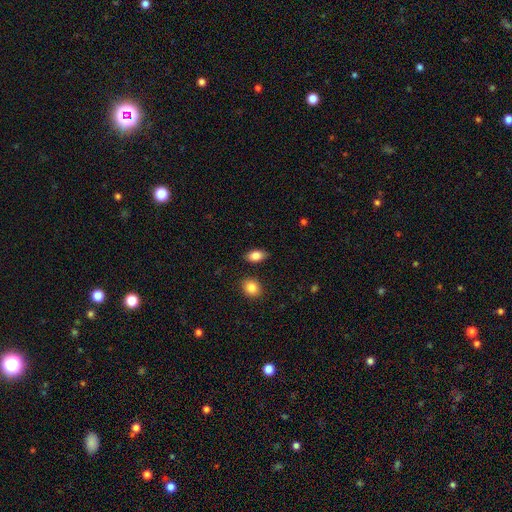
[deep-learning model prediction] Morphology: type=smooth (84%); roundness=in between (89%); merging=none (84%).